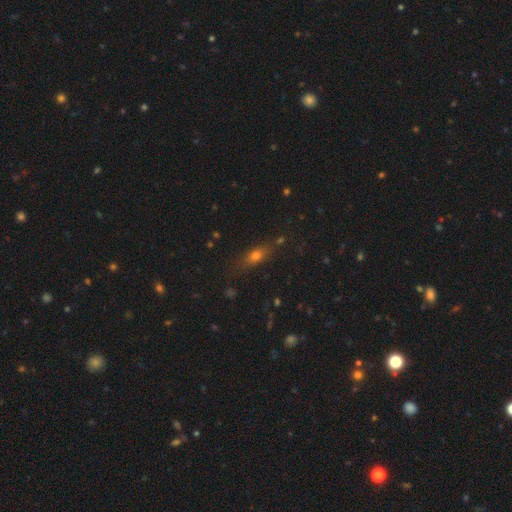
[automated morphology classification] A smooth galaxy with no disk features (61%) that is in between round and cigar-shaped (51%). Merging: none (74%).